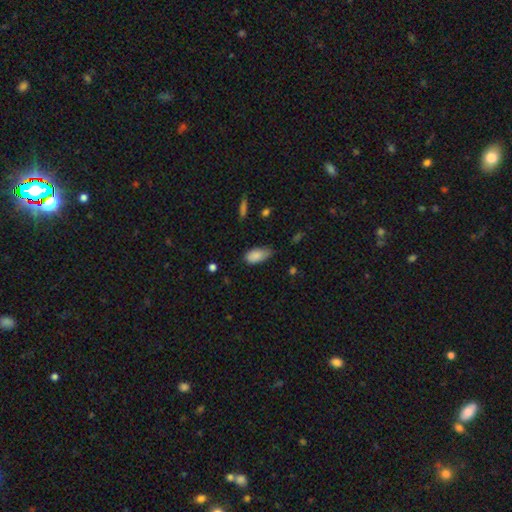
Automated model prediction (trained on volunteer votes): Overall: smooth (86%). How rounded: in between (92%). Merging: none (49%; minor disturbance 42%).